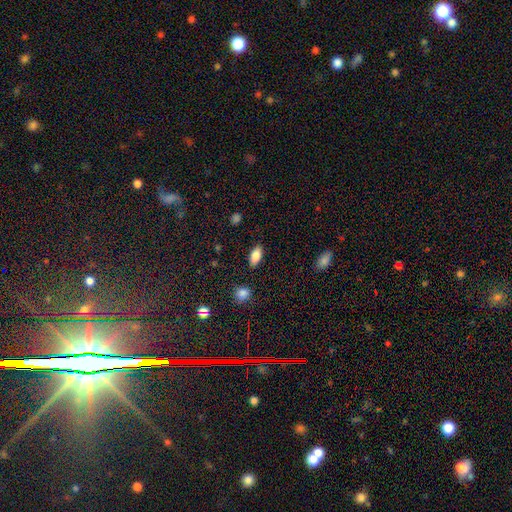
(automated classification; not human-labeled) Smooth or featured? smooth (83%)
How rounded? in between (89%)
Merging? none (87%)